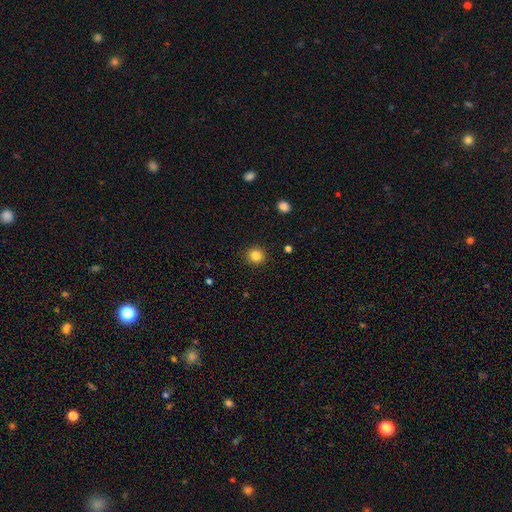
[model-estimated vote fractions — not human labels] Q: Smooth or featured?
A: smooth (84%); runner-up: star or artifact (11%)
Q: How rounded?
A: round (87%); runner-up: in between (12%)
Q: Merging?
A: none (91%); runner-up: minor disturbance (6%)